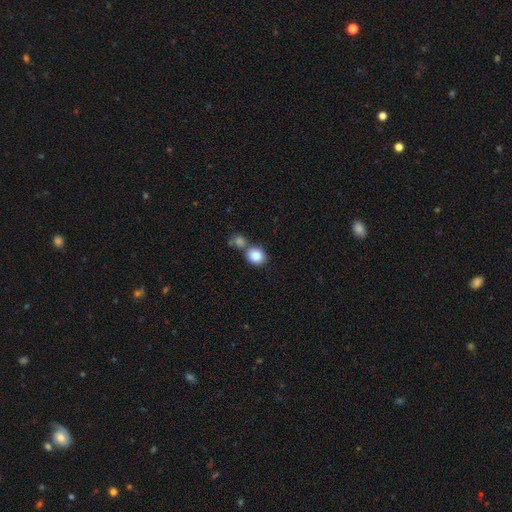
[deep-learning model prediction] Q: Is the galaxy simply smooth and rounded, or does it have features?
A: smooth — 86%.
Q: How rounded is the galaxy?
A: round — 68%.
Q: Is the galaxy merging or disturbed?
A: none — 52%.